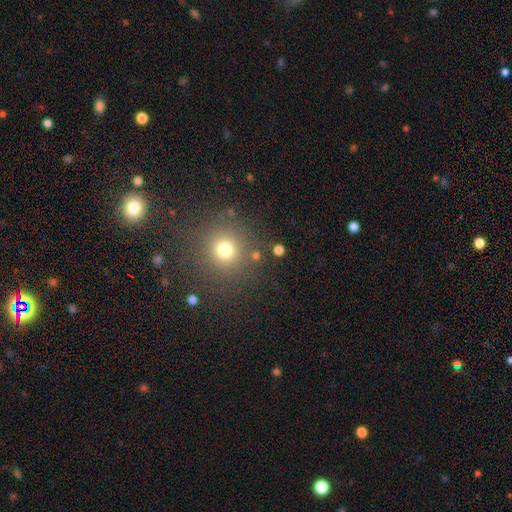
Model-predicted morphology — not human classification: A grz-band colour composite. It shows a smooth galaxy with no disk features (72%) that is round (92%). Merging: none (84%).